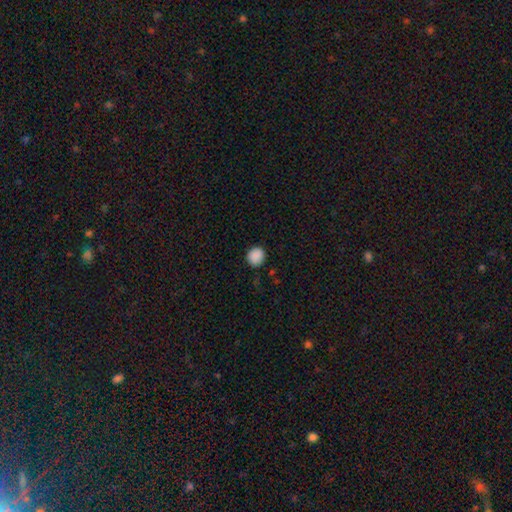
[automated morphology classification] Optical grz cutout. It shows a smooth galaxy with no disk features (89%) that is round (86%). Merging: none (86%).